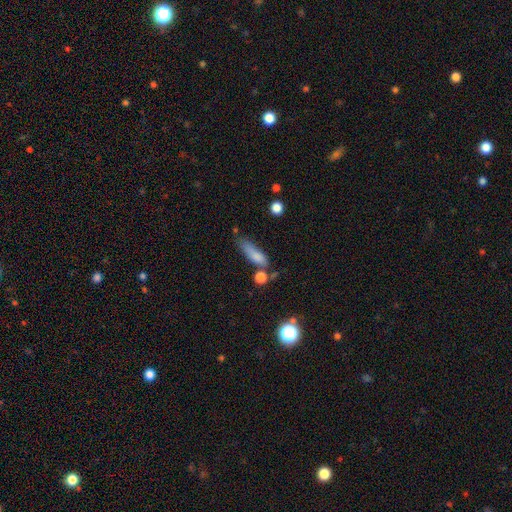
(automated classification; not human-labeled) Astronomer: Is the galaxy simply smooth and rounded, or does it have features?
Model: smooth — 76%.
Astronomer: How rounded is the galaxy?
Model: cigar-shaped — 57% (runner-up: in between, 39%).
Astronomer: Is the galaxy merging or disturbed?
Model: none — 42% (runner-up: minor disturbance, 27%).